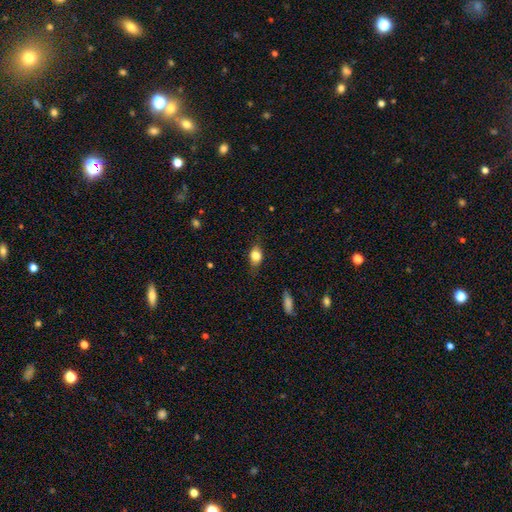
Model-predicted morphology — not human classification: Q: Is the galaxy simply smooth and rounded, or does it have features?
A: smooth — 77%.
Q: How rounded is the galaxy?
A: in between — 72%.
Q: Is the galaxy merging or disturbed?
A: none — 71%.